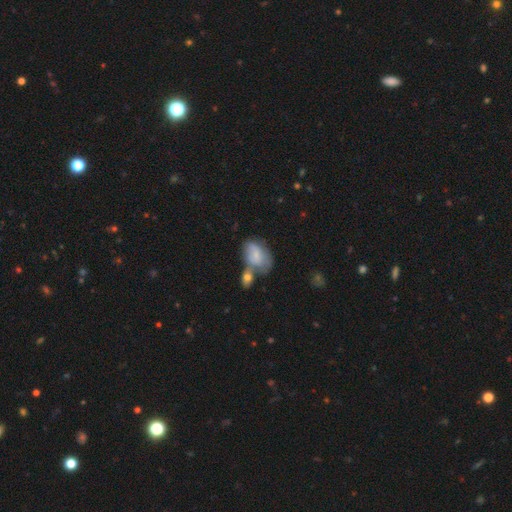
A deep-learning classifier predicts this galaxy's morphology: This is likely a smooth galaxy (64%). How rounded: clearly in between (87%). Merging: marginally merger (39%).